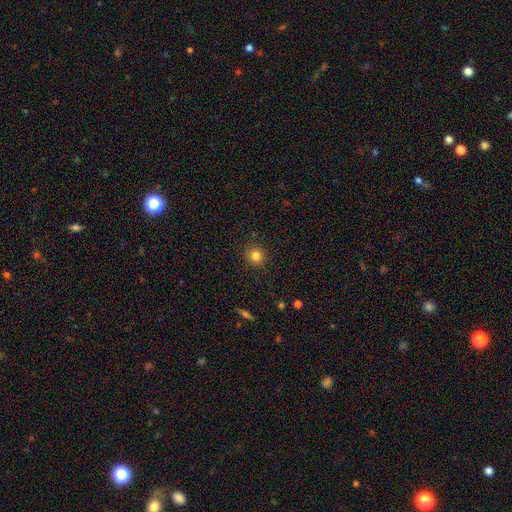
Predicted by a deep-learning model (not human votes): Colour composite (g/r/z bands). It shows a smooth galaxy with no disk features (82%) that is round (91%). Merging: none (89%).